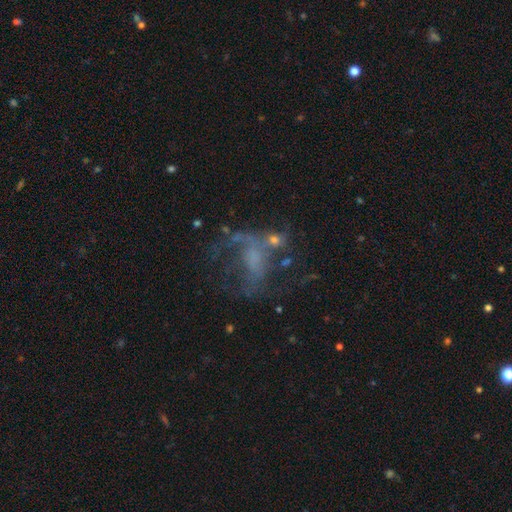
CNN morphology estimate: smooth_or_featured: featured or disk (p=0.60) [alt: star or artifact p=0.22]
disk_edge_on: no (p=0.96) [alt: yes p=0.04]
bar: no (p=0.64) [alt: weak p=0.27]
has_spiral_arms: no (p=0.53) [alt: yes p=0.47]
bulge_size: none (p=0.50) [alt: small p=0.26]
merging: major disturbance (p=0.38) [alt: none p=0.37]